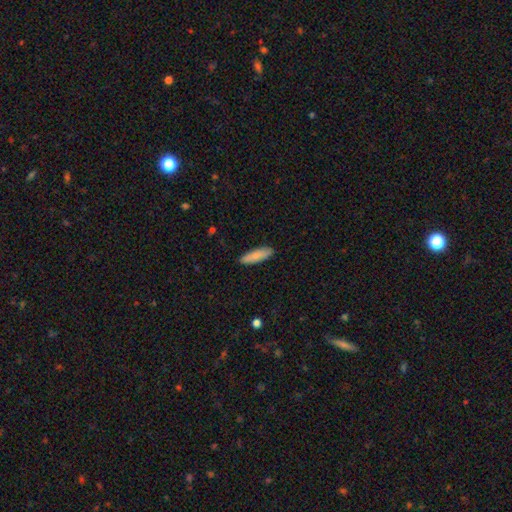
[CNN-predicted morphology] smooth_or_featured: smooth (p=0.85) [alt: featured or disk p=0.09]
how_rounded: cigar-shaped (p=0.63) [alt: in between p=0.35]
merging: none (p=0.88) [alt: minor disturbance p=0.09]